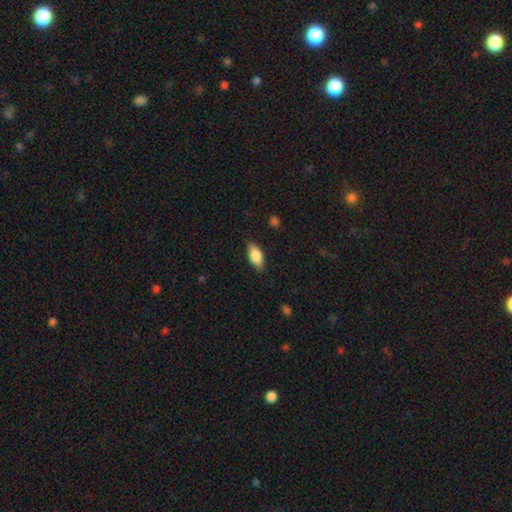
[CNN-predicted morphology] Overall: smooth (83%). How rounded: in between (87%). Merging: none (82%).